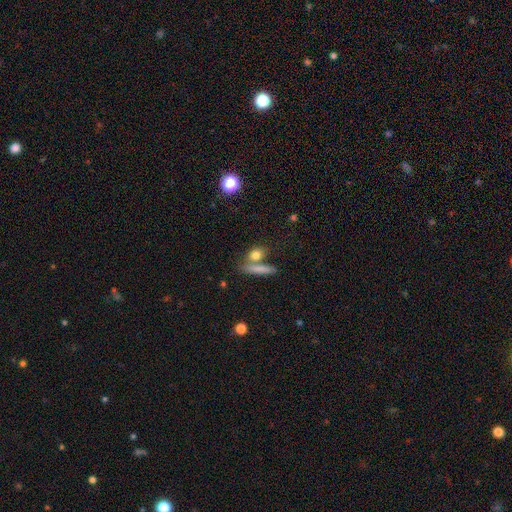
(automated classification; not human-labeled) Q: Smooth or featured?
A: smooth (78%); runner-up: featured or disk (12%)
Q: How rounded?
A: in between (35%); runner-up: cigar-shaped (33%)
Q: Merging?
A: none (62%); runner-up: merger (23%)